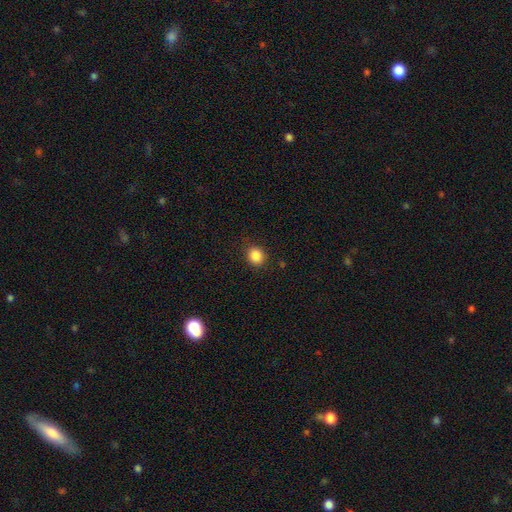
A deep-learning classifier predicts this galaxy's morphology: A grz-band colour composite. It shows a smooth galaxy with no disk features (86%) that is round (81%). Merging: none (87%).